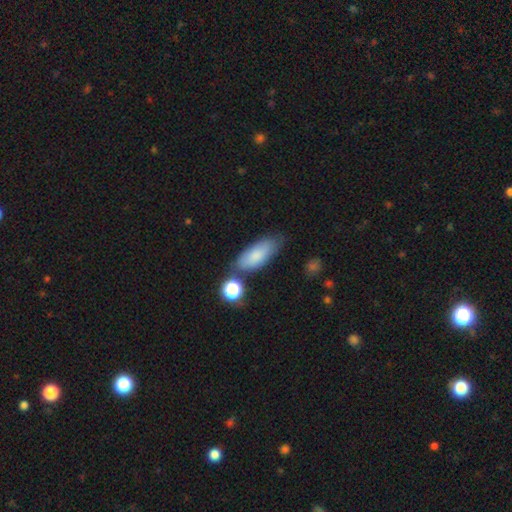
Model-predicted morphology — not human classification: This appears to be a smooth galaxy with no disk features (80%) that is in between round and cigar-shaped (79%). Merging: none (66%).